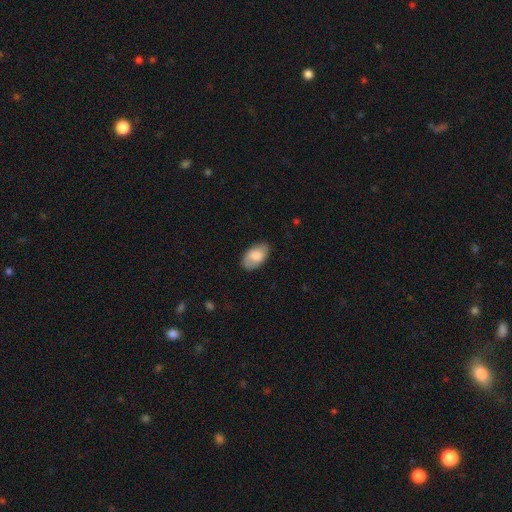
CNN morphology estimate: smooth 77%, featured or disk 17%, star or artifact 6%. Down the decision tree: how rounded — in between (93%); merging — none (80%).